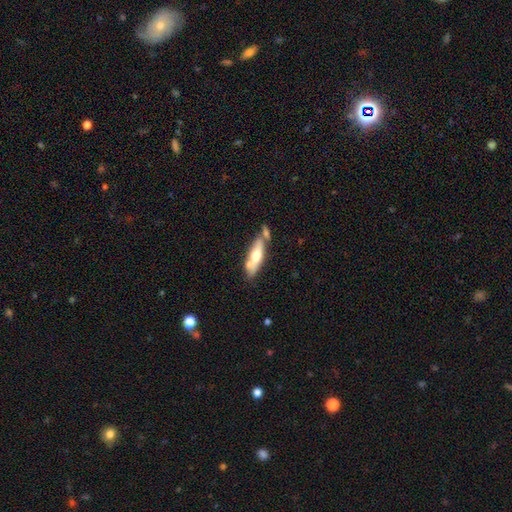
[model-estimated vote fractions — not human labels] Smooth or featured?
  - smooth: 52% *
  - featured or disk: 42%
  - star or artifact: 6%
How rounded?
  - cigar-shaped: 49% * (tied)
  - in between: 49% * (tied)
  - round: 2%
Merging?
  - none: 51% *
  - merger: 26%
  - minor disturbance: 18%
  - major disturbance: 6%